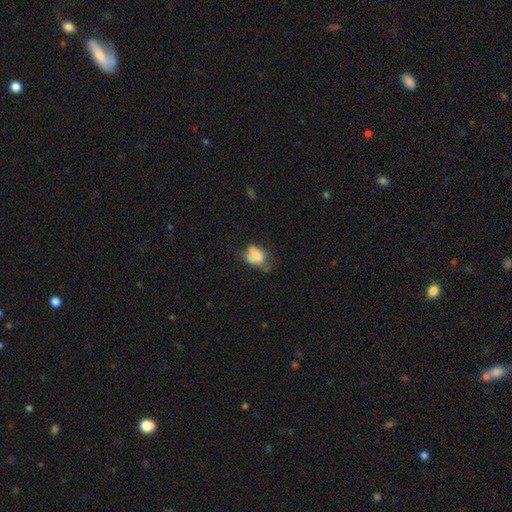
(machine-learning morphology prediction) A smooth galaxy with no disk features (67%) that is in between round and cigar-shaped (76%).

Vote fractions:
- Smooth or featured? smooth: 67% / featured or disk: 22% / star or artifact: 11%
- How rounded? in between: 76% / round: 21% / cigar-shaped: 2%
- Merging? minor disturbance: 35% / none: 32% / major disturbance: 24% / merger: 9%